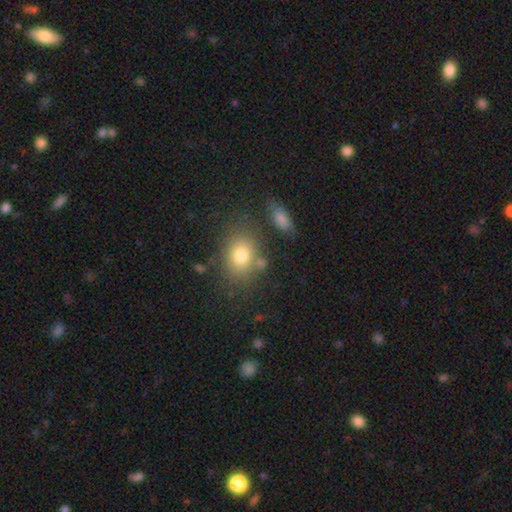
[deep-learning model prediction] Smooth or featured? smooth (70%)
How rounded? in between (58%)
Merging? none (76%)